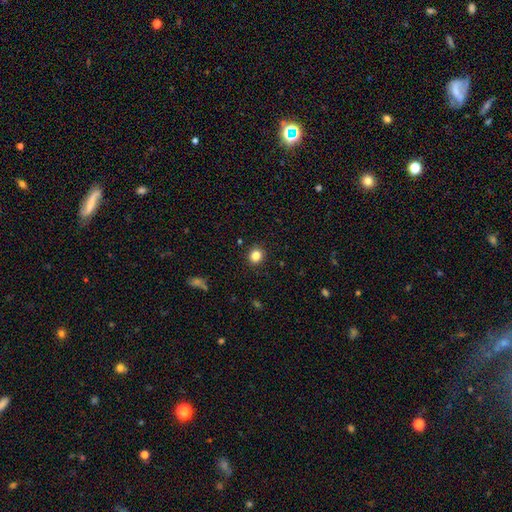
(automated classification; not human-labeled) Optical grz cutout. It shows a smooth galaxy with no disk features (84%) that is round (85%). Merging: none (91%).